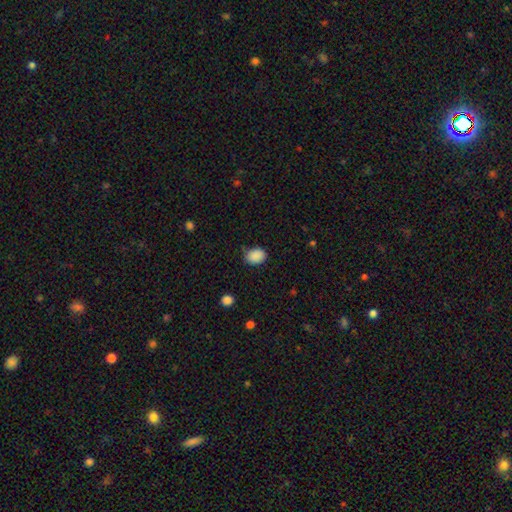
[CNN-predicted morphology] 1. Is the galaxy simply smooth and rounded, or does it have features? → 88% smooth, 9% star or artifact, 3% featured or disk.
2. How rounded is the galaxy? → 56% in between, 43% round, 1% cigar-shaped.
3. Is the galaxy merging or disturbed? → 74% none, 20% minor disturbance, 4% major disturbance, 2% merger.